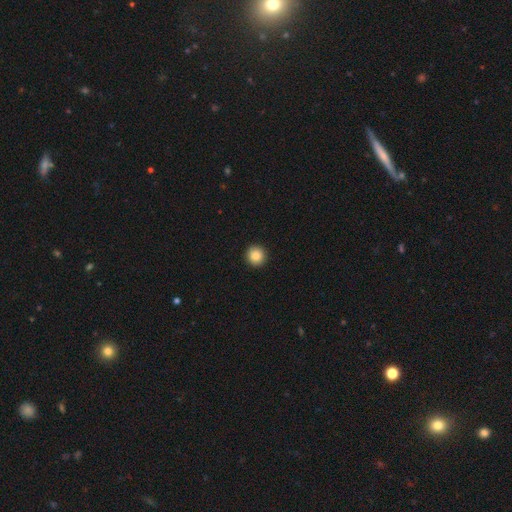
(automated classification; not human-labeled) Smooth or featured: smooth — 86% (star or artifact — 9%)
How rounded: round — 95% (in between — 4%)
Merging: none — 94% (minor disturbance — 4%)